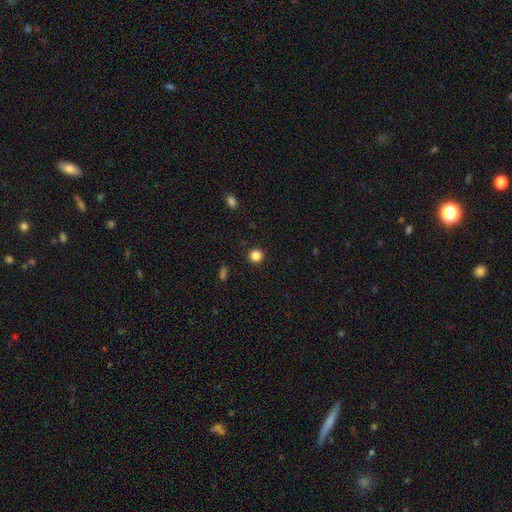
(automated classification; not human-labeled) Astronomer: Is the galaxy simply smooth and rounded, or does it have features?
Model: smooth — 85%.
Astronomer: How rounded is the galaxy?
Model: round — 93%.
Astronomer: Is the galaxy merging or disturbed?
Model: none — 92%.